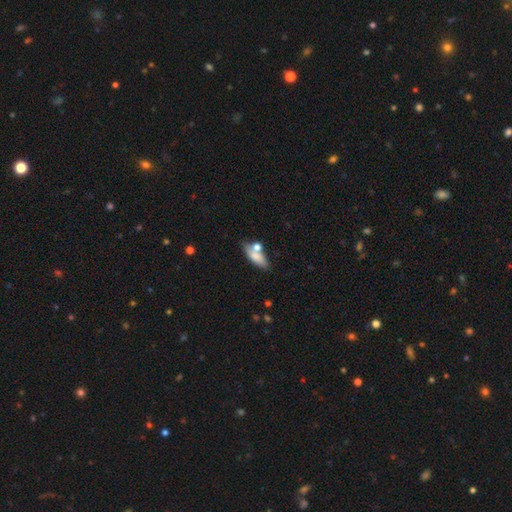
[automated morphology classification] A smooth galaxy with no disk features (76%) that is in between round and cigar-shaped (71%).

Vote fractions:
- Smooth or featured? smooth: 76% / featured or disk: 16% / star or artifact: 8%
- How rounded? in between: 71% / cigar-shaped: 25% / round: 4%
- Merging? none: 53% / merger: 23% / minor disturbance: 18% / major disturbance: 6%